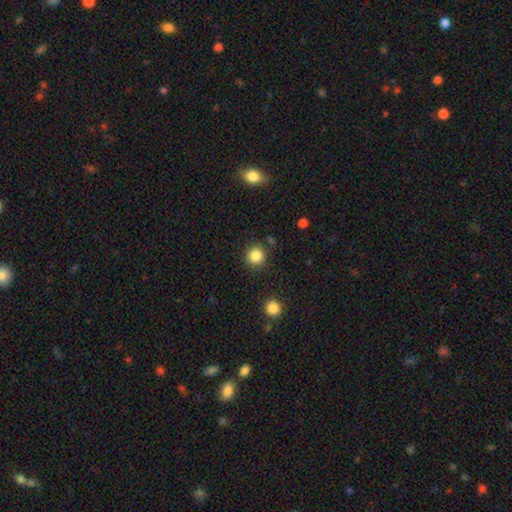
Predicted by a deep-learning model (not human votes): smooth-or-featured: smooth: 85% | star or artifact: 11% | featured or disk: 4%
  how-rounded: round: 93% | in between: 6% | cigar-shaped: 1%
  merging: none: 87% | minor disturbance: 7% | merger: 3% | major disturbance: 3%